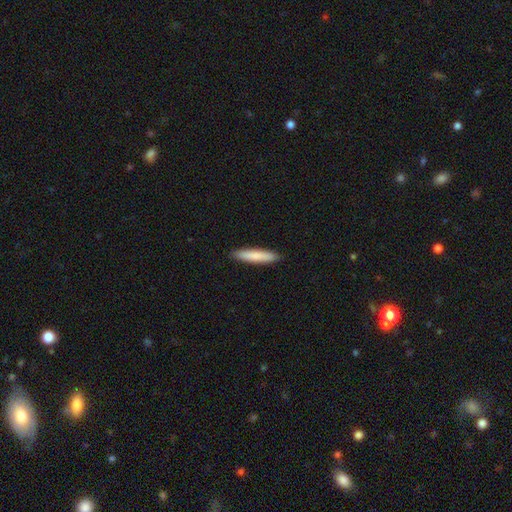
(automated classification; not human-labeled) Smooth or featured? smooth (83%)
How rounded? cigar-shaped (89%)
Merging? none (91%)